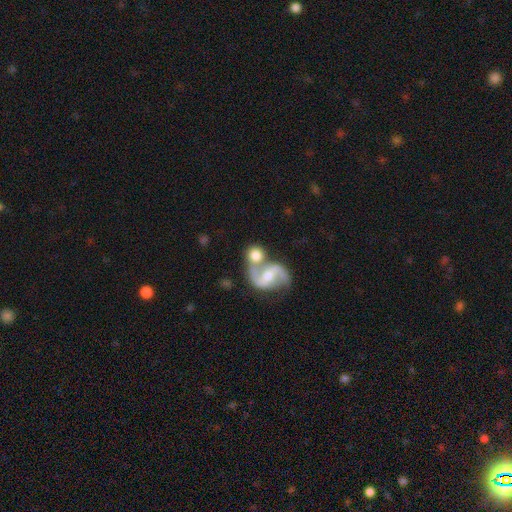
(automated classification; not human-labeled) Smooth or featured?
  - featured or disk: 59% *
  - smooth: 34%
  - star or artifact: 7%
Edge-on disk?
  - no: 96% *
  - yes: 4%
Bar?
  - weak: 41% *
  - no: 32%
  - strong: 27%
Spiral arms?
  - yes: 85% *
  - no: 15%
Bulge size?
  - moderate: 53% *
  - small: 33%
  - large: 8%
  - none: 3%
  - dominant: 2%
Merging?
  - merger: 44% *
  - none: 41%
  - minor disturbance: 10%
  - major disturbance: 5%